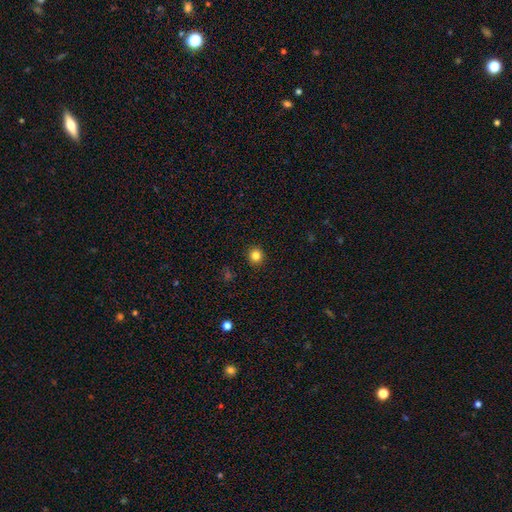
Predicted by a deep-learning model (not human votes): The model was most divided on "smooth or featured": smooth: 82%, star or artifact: 12%, featured or disk: 5%. More confident: merging — none (92%); how rounded — round (92%).